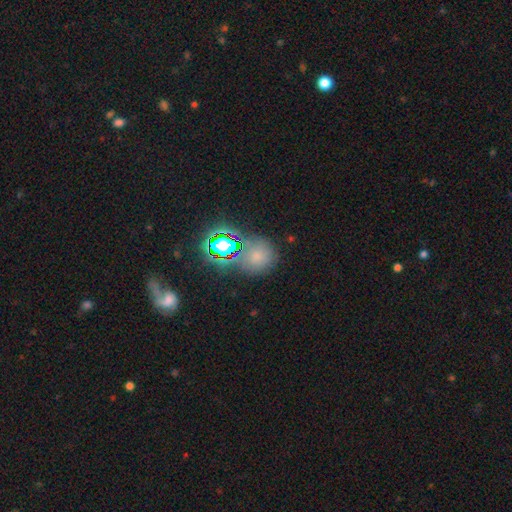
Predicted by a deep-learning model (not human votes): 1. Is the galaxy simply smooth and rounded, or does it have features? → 58% smooth, 32% star or artifact, 10% featured or disk.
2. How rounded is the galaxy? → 83% round, 16% in between, 1% cigar-shaped.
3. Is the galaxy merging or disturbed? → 69% none, 14% minor disturbance, 11% merger, 6% major disturbance.